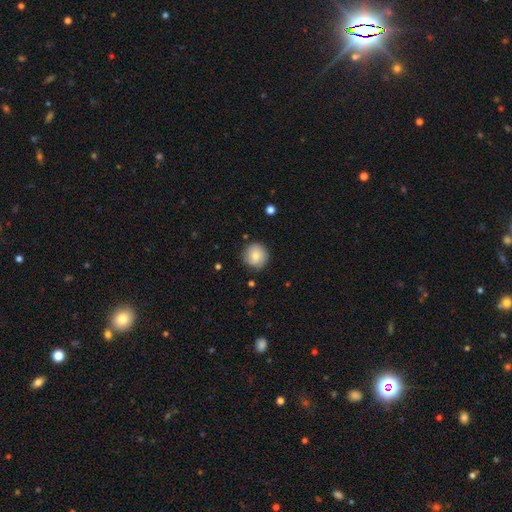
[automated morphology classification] A smooth galaxy with no disk features (69%) that is round (93%).

Vote fractions:
- Smooth or featured? smooth: 69% / featured or disk: 24% / star or artifact: 8%
- How rounded? round: 93% / in between: 6% / cigar-shaped: 1%
- Merging? none: 82% / minor disturbance: 14% / major disturbance: 3% / merger: 1%